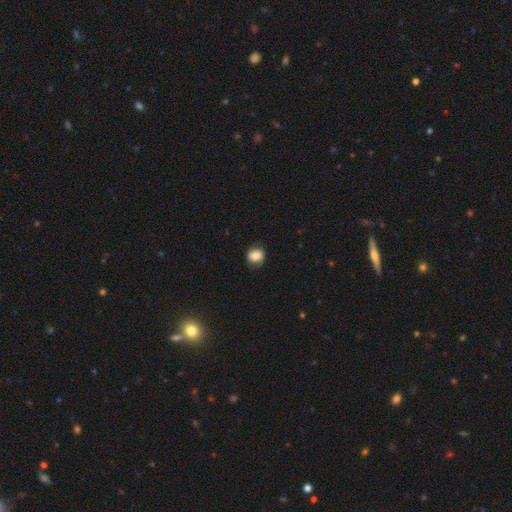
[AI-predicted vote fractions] Q: Smooth or featured?
A: smooth (75%); runner-up: featured or disk (15%)
Q: How rounded?
A: round (68%); runner-up: in between (31%)
Q: Merging?
A: none (75%); runner-up: minor disturbance (18%)